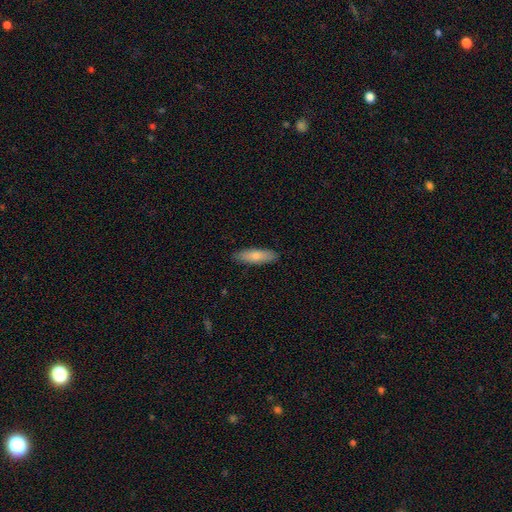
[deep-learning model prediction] smooth_or_featured: smooth (p=0.77) [alt: featured or disk p=0.17]
how_rounded: cigar-shaped (p=0.51) [alt: in between p=0.47]
merging: none (p=0.88) [alt: minor disturbance p=0.09]